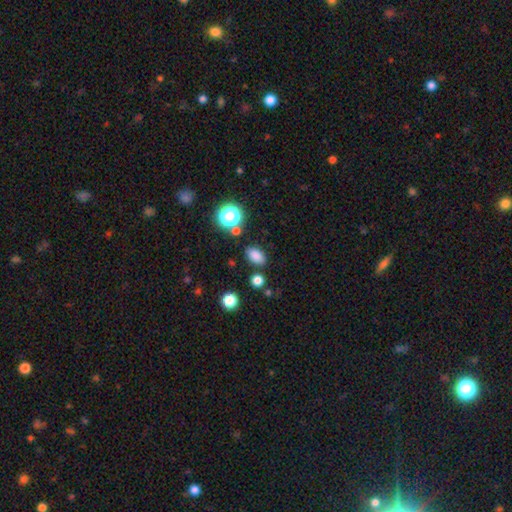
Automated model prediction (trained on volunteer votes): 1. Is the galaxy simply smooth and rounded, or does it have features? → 82% smooth, 14% star or artifact, 5% featured or disk.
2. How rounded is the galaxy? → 84% in between, 14% round, 2% cigar-shaped.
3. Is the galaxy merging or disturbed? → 82% none, 10% minor disturbance, 5% merger, 3% major disturbance.